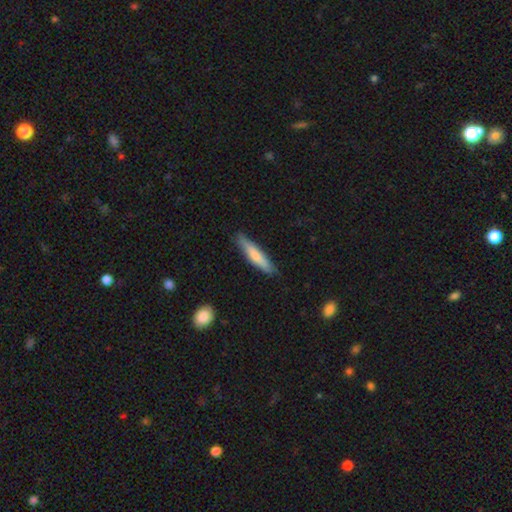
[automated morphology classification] Smooth or featured?
  - smooth: 73% *
  - featured or disk: 22%
  - star or artifact: 5%
How rounded?
  - cigar-shaped: 88% *
  - in between: 11%
  - round: 1%
Merging?
  - none: 83% *
  - minor disturbance: 13%
  - major disturbance: 2%
  - merger: 1%